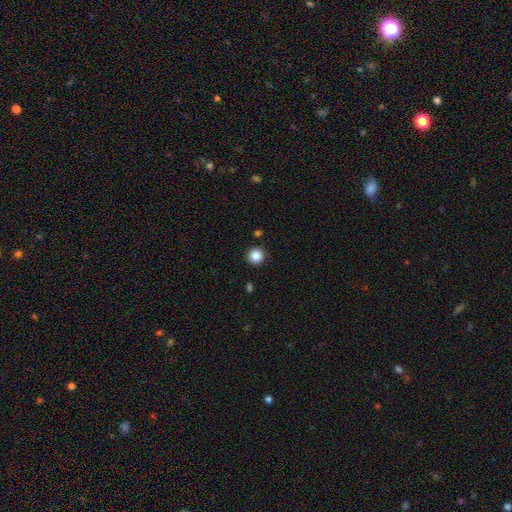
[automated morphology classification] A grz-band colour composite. It shows a smooth galaxy with no disk features (86%) that is round (95%). Merging: none (91%).